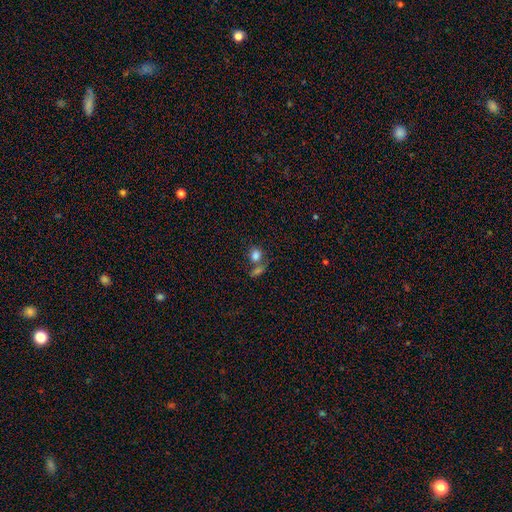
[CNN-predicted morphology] The model was most divided on "merging": none: 45%, merger: 38%, minor disturbance: 11%, major disturbance: 6%. More confident: smooth or featured — smooth (80%); how rounded — round (58%).